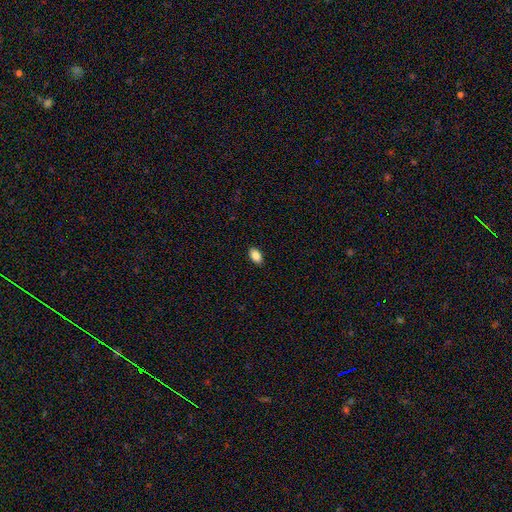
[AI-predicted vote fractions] This is clearly a smooth galaxy (87%). How rounded: clearly in between (90%). Merging: clearly none (89%).